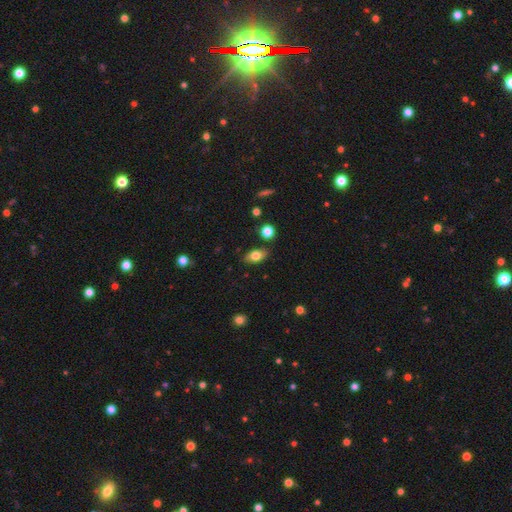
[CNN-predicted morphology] smooth 75%, featured or disk 16%, star or artifact 9%. Down the decision tree: how rounded — in between (84%); merging — none (81%).